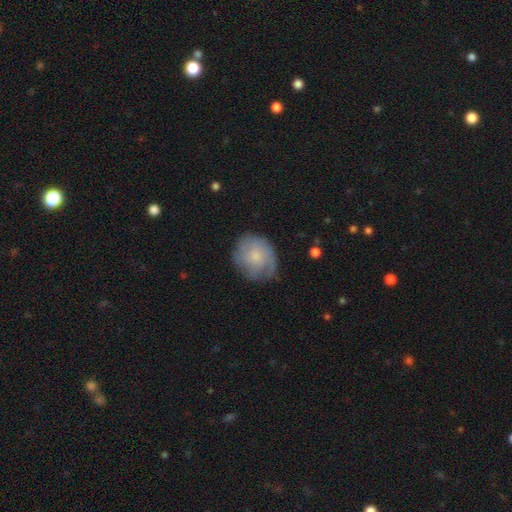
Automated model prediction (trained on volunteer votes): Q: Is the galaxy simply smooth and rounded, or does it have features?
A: smooth — 57%.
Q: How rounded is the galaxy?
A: round — 67%.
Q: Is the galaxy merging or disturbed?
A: none — 65%.